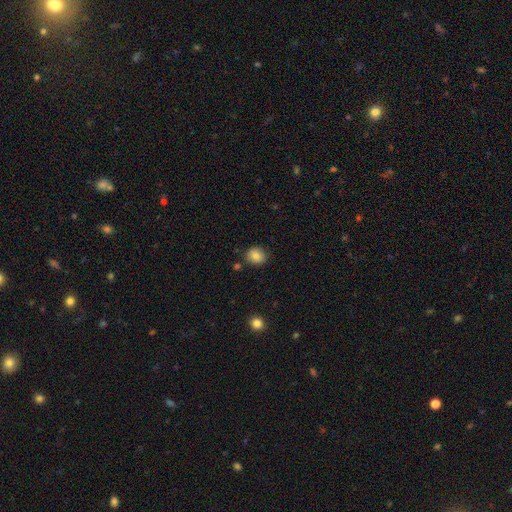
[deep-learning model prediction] A smooth galaxy with no disk features (82%) that is round (79%). Merging: none (84%).